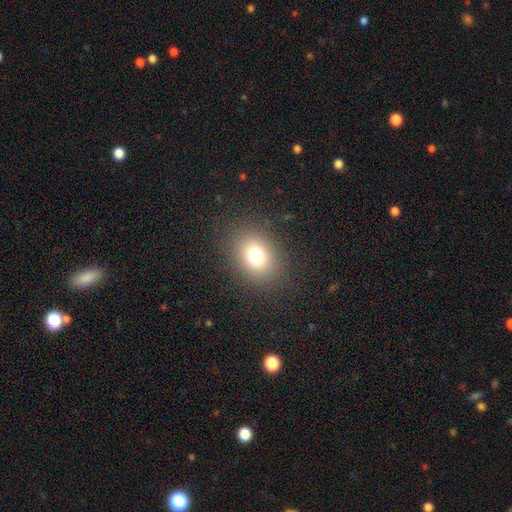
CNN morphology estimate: smooth_or_featured: smooth (p=0.74) [alt: star or artifact p=0.16]
how_rounded: round (p=0.50) [alt: in between p=0.49]
merging: none (p=0.86) [alt: minor disturbance p=0.08]